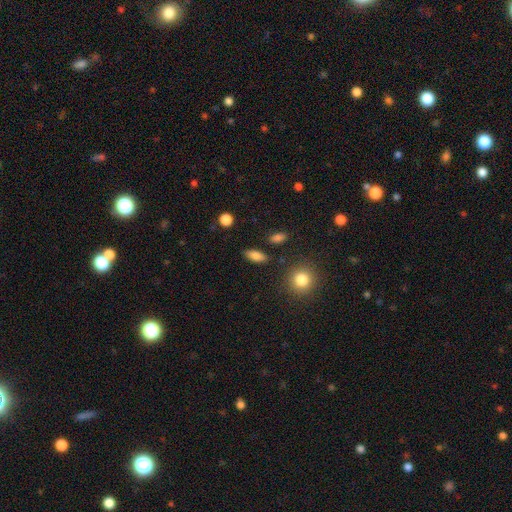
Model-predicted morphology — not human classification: Smooth or featured? smooth (83%)
How rounded? in between (82%)
Merging? none (86%)